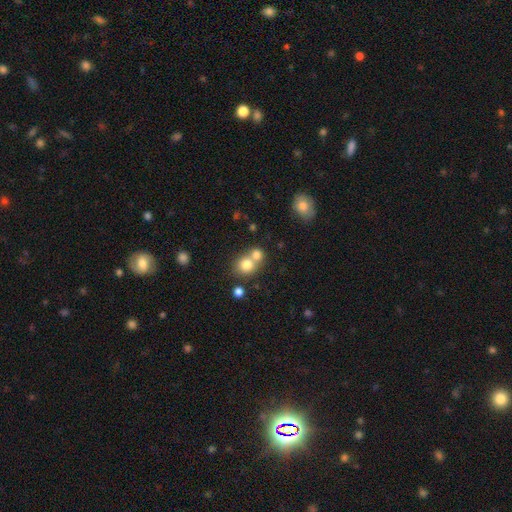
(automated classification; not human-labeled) The model was most divided on "smooth or featured": smooth: 46%, star or artifact: 42%, featured or disk: 12%. More confident: merging — none (60%).